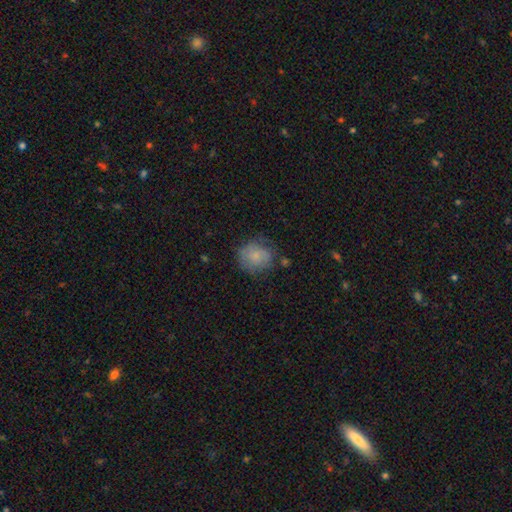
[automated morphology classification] A smooth galaxy with no disk features (73%) that is round (80%). Merging: none (62%).